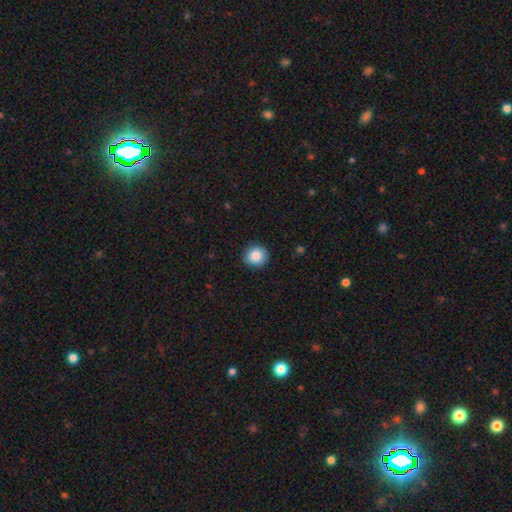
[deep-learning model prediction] Smooth or featured: smooth — 85% (star or artifact — 9%)
How rounded: round — 90% (in between — 9%)
Merging: none — 91% (minor disturbance — 6%)